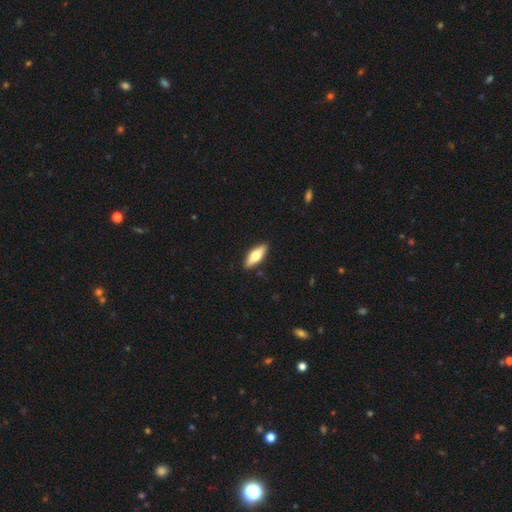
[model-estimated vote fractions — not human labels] Smooth or featured?
  - smooth: 60% *
  - featured or disk: 35%
  - star or artifact: 6%
How rounded?
  - in between: 61% *
  - cigar-shaped: 36%
  - round: 3%
Merging?
  - none: 90% *
  - minor disturbance: 8%
  - major disturbance: 2%
  - merger: 1%